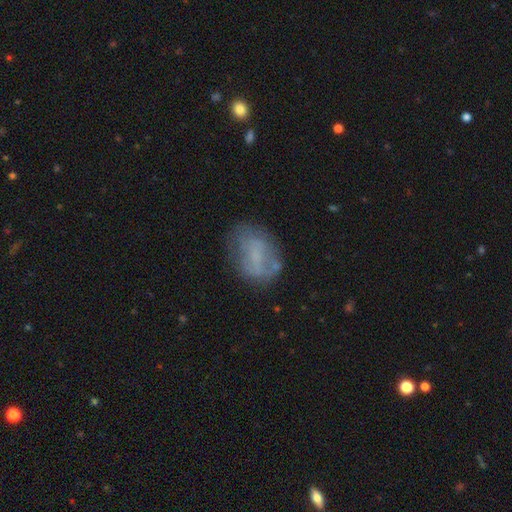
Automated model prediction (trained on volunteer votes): Morphology: type=smooth (51%); roundness=in between (77%); merging=none (59%).